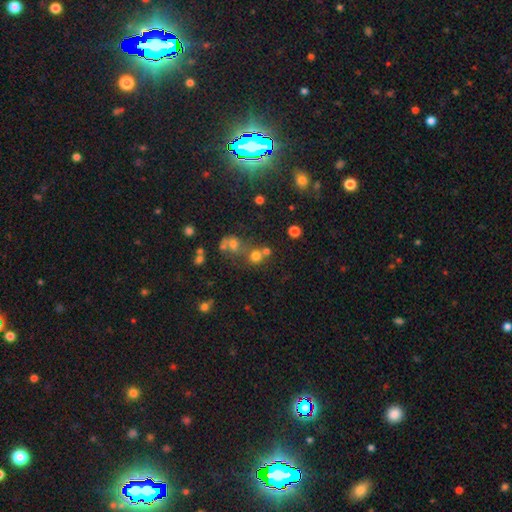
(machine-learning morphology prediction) This is likely a smooth galaxy (68%). How rounded: clearly round (84%). Merging: possibly none (50%).